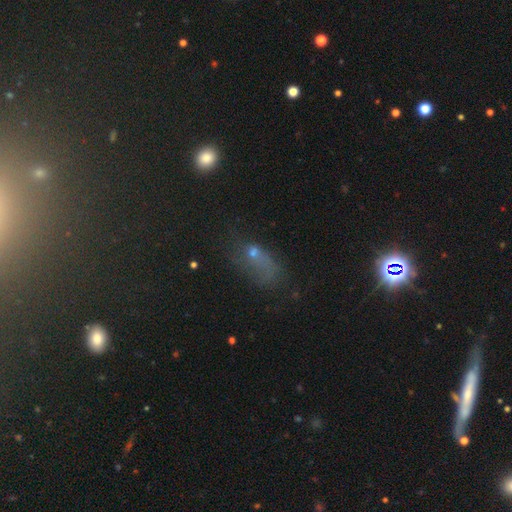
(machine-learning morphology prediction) Smooth or featured?
  - smooth: 48% *
  - featured or disk: 27%
  - star or artifact: 25%
Merging?
  - major disturbance: 41% *
  - none: 31%
  - minor disturbance: 21%
  - merger: 7%